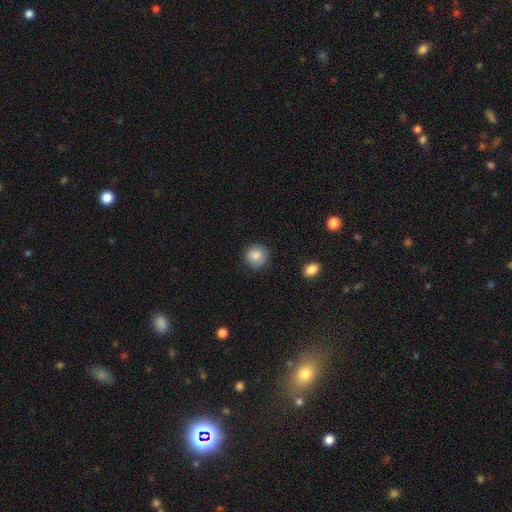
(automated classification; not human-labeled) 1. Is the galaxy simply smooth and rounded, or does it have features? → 86% smooth, 8% star or artifact, 6% featured or disk.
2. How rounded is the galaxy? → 91% round, 8% in between, 1% cigar-shaped.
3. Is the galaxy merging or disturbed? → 83% none, 13% minor disturbance, 3% major disturbance, 1% merger.